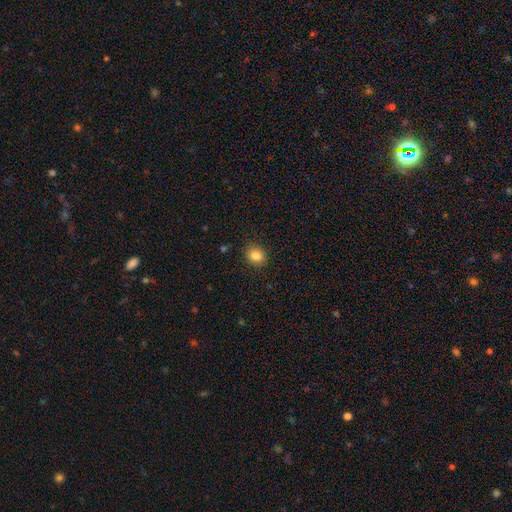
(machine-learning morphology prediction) A smooth galaxy with no disk features (85%) that is round (51%).

Vote fractions:
- Smooth or featured? smooth: 85% / star or artifact: 10% / featured or disk: 6%
- How rounded? round: 51% / in between: 48% / cigar-shaped: 1%
- Merging? none: 88% / minor disturbance: 9% / major disturbance: 2% / merger: 1%